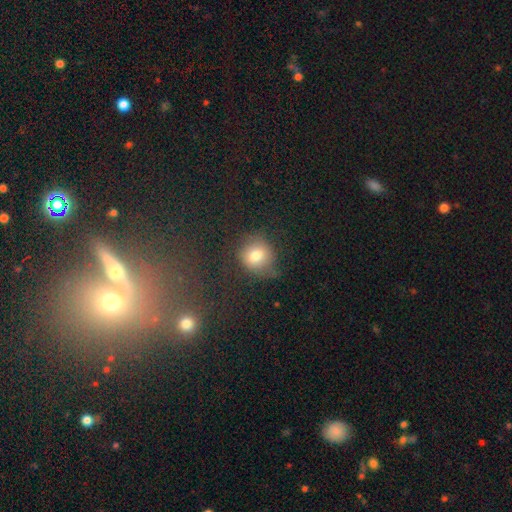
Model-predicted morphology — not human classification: Smooth or featured: smooth — 76% (featured or disk — 12%)
How rounded: round — 79% (in between — 19%)
Merging: none — 64% (minor disturbance — 22%)